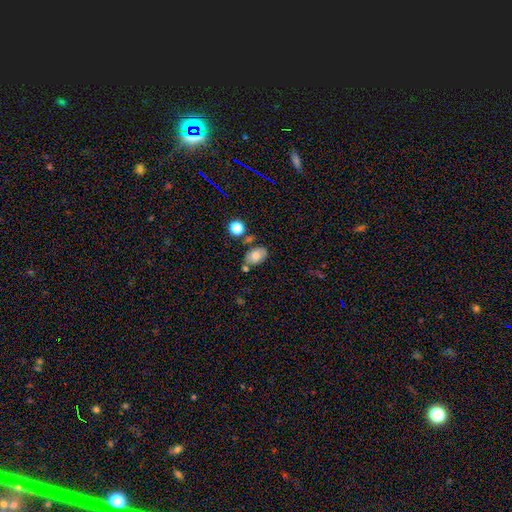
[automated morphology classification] The model was most divided on "merging": none: 66%, minor disturbance: 17%, merger: 12%, major disturbance: 5%. More confident: how rounded — in between (84%); smooth or featured — smooth (75%).